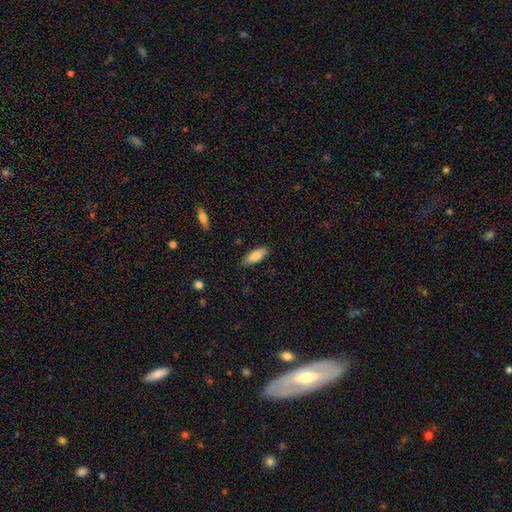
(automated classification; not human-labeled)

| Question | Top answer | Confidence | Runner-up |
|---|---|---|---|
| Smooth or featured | smooth | 82% | featured or disk (12%) |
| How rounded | in between | 75% | cigar-shaped (23%) |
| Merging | none | 84% | minor disturbance (12%) |